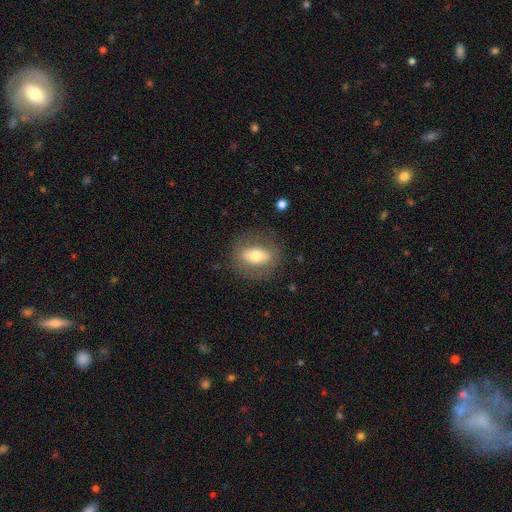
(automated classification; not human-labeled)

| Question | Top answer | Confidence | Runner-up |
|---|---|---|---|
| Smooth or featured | smooth | 54% | featured or disk (39%) |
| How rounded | in between | 74% | round (21%) |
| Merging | none | 79% | minor disturbance (13%) |